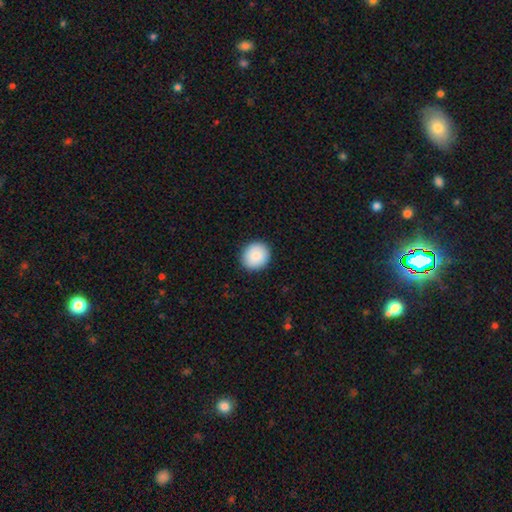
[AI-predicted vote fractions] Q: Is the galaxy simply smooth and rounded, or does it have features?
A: smooth — 88%.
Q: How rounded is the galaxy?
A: round — 82%.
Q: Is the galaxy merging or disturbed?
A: none — 91%.